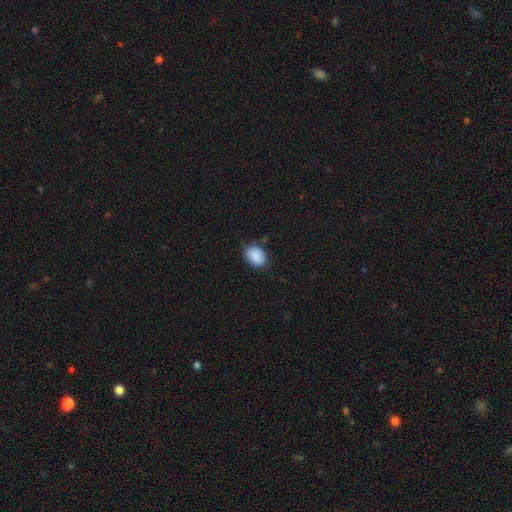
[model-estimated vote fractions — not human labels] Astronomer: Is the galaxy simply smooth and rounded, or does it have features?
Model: smooth — 89%.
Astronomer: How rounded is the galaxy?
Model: in between — 76%.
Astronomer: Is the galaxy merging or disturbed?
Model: none — 79%.